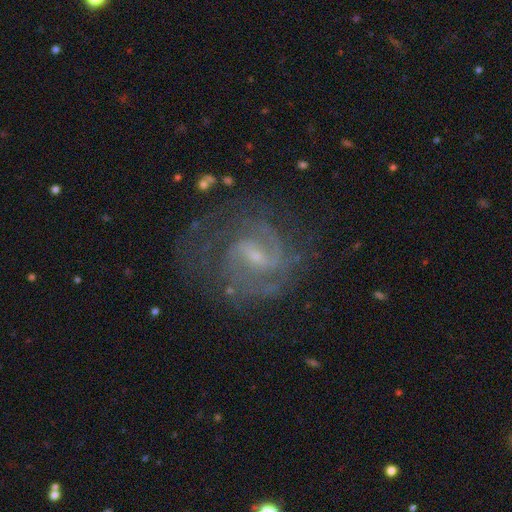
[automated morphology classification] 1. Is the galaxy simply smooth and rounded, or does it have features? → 88% featured or disk, 6% star or artifact, 6% smooth.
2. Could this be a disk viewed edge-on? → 98% no, 2% yes.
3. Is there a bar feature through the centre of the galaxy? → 60% weak, 22% strong, 18% no.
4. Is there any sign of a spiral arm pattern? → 96% yes, 4% no.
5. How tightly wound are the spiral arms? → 50% medium, 37% tight, 13% loose.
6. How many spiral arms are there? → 57% 2, 16% can't tell, 14% 3, 5% 1, 4% 4, 4% more than 4.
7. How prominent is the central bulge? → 72% small, 20% moderate, 6% none, 1% large, 1% dominant.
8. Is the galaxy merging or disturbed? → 66% none, 18% minor disturbance, 15% major disturbance, 2% merger.